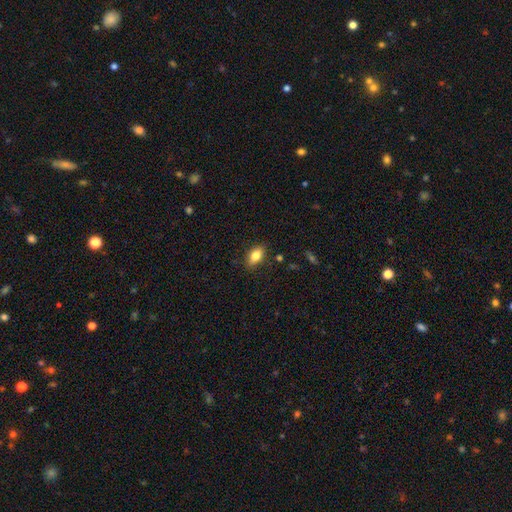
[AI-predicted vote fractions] Smooth or featured: smooth — 82% (featured or disk — 10%)
How rounded: in between — 88% (round — 7%)
Merging: none — 84% (minor disturbance — 12%)